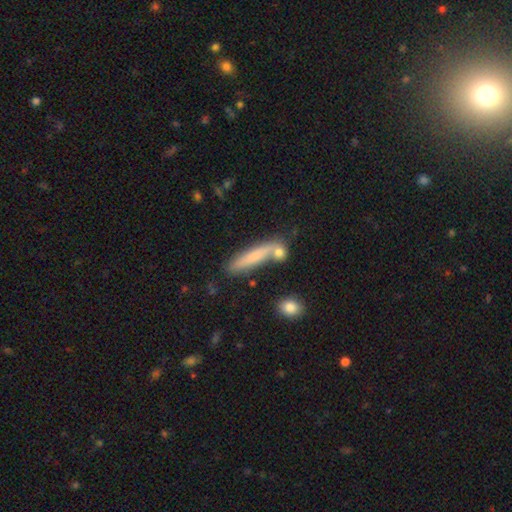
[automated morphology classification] smooth 71%, featured or disk 21%, star or artifact 8%. Down the decision tree: how rounded — cigar-shaped (88%); merging — none (70%).